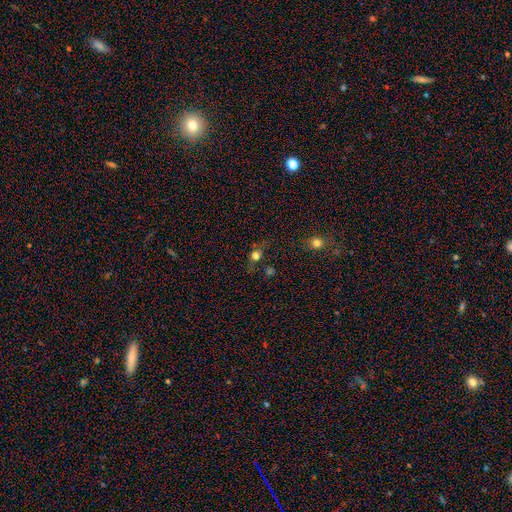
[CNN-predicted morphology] type=smooth (57%); roundness=round (72%); merging=none (65%).